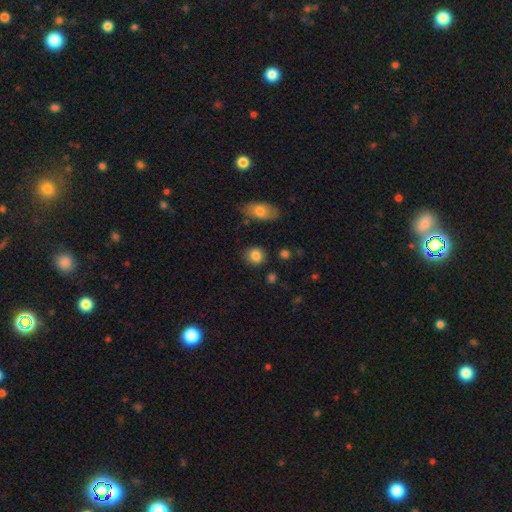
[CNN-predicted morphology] A smooth galaxy with no disk features (84%) that is round (71%). Merging: none (81%).